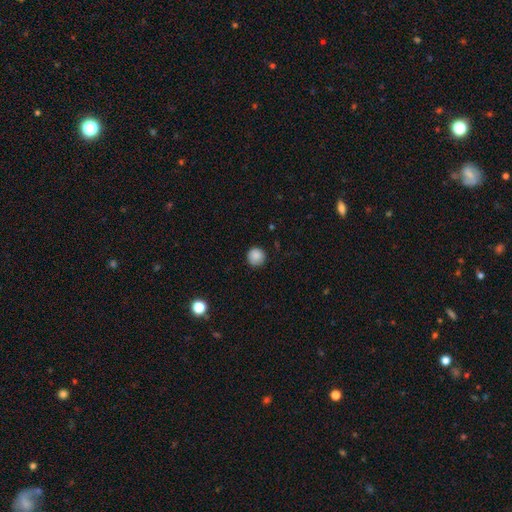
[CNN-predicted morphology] A smooth galaxy with no disk features (87%) that is round (94%). Merging: none (86%).